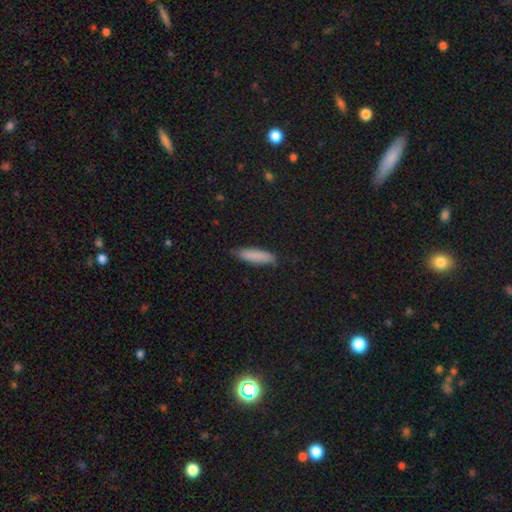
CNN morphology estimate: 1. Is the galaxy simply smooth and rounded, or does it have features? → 86% smooth, 8% featured or disk, 6% star or artifact.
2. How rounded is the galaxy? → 68% cigar-shaped, 31% in between, 1% round.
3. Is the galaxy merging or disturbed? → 80% none, 17% minor disturbance, 2% major disturbance, 1% merger.